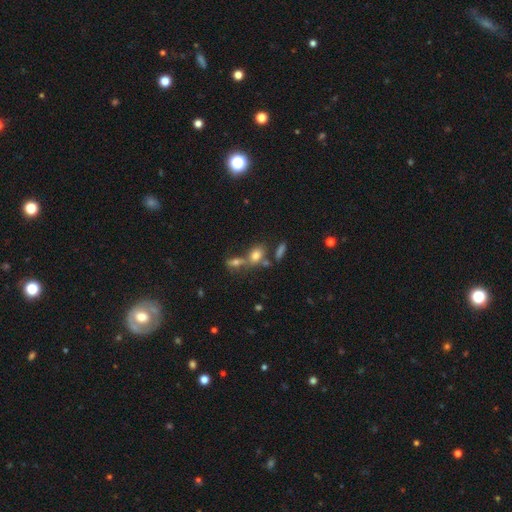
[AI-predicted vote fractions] Smooth or featured: smooth — 72% (featured or disk — 14%)
How rounded: in between — 70% (round — 24%)
Merging: none — 43% (merger — 40%)